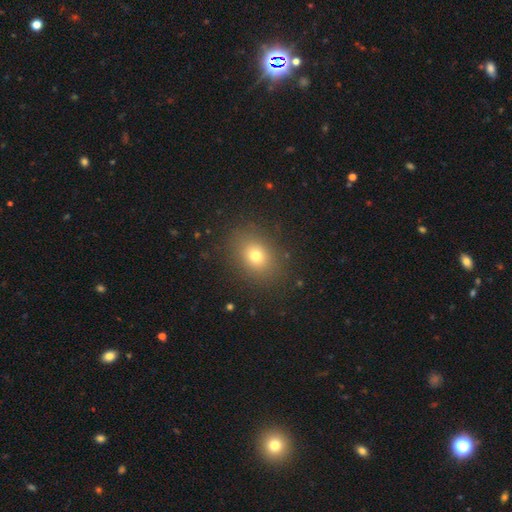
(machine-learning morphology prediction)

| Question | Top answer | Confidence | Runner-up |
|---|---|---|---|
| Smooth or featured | smooth | 73% | star or artifact (15%) |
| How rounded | in between | 53% | round (46%) |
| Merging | none | 87% | minor disturbance (9%) |